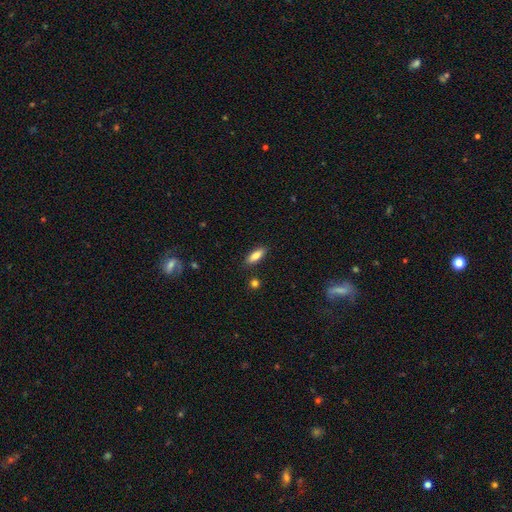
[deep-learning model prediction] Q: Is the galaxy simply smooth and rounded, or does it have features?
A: smooth — 81%.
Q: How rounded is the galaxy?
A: in between — 63%.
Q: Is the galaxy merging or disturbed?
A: none — 87%.